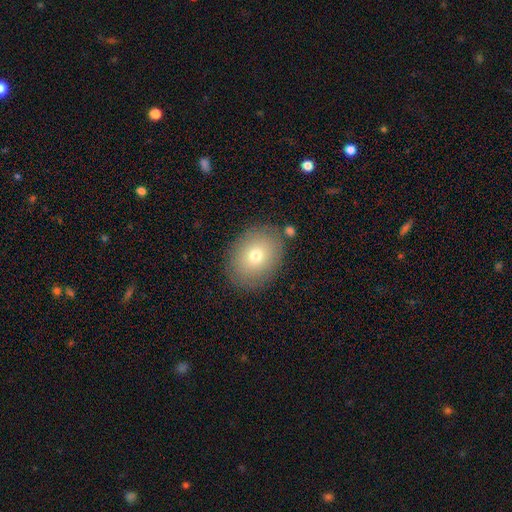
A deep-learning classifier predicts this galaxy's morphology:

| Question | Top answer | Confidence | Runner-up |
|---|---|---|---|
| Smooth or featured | smooth | 73% | featured or disk (17%) |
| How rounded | in between | 57% | round (42%) |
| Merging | none | 84% | minor disturbance (10%) |